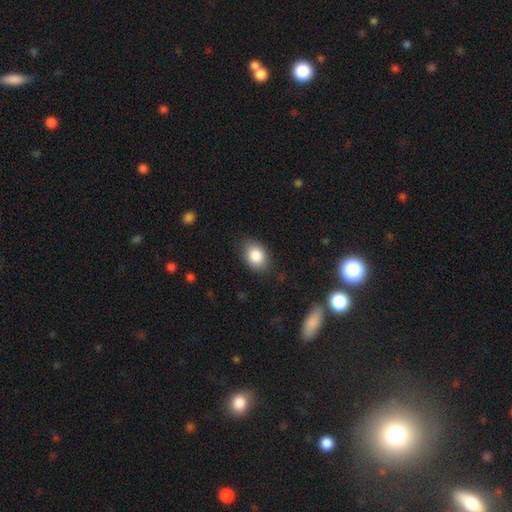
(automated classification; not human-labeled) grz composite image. It shows a smooth galaxy with no disk features (85%) that is in between round and cigar-shaped (73%). Merging: none (80%).